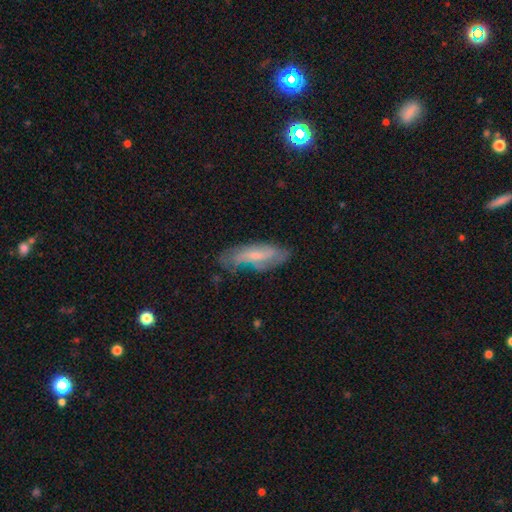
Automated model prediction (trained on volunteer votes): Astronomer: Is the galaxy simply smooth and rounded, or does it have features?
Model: featured or disk — 59% (runner-up: smooth, 34%).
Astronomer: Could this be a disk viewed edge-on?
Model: no — 79%.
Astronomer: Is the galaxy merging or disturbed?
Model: none — 65%.